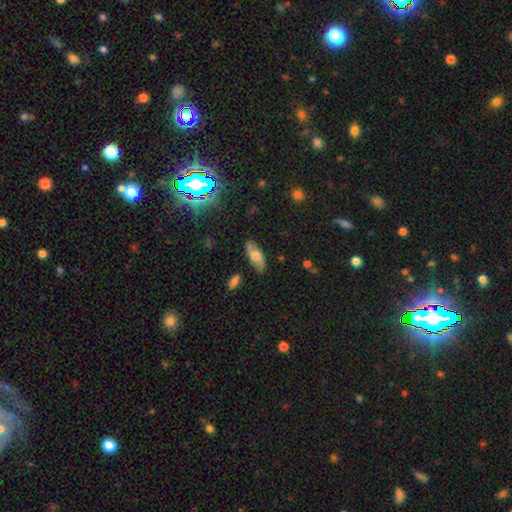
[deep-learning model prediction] The model was most divided on "smooth or featured": smooth: 54%, featured or disk: 36%, star or artifact: 10%. More confident: merging — none (83%); how rounded — in between (82%).